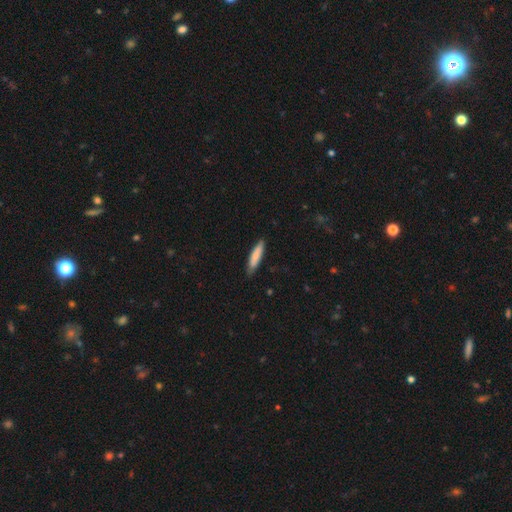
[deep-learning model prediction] Smooth or featured? smooth (81%)
How rounded? cigar-shaped (80%)
Merging? none (83%)